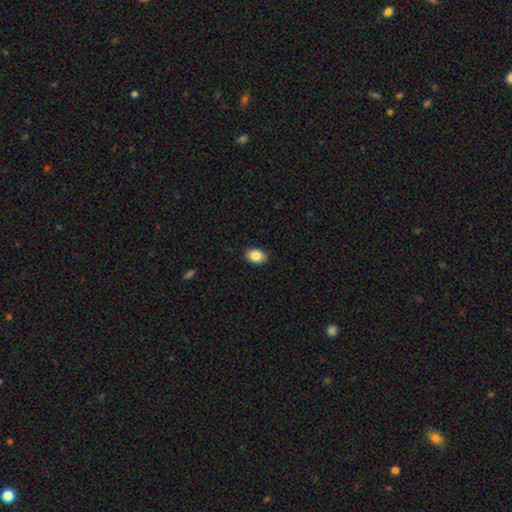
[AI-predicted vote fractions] smooth 86%, star or artifact 8%, featured or disk 6%. Down the decision tree: how rounded — in between (77%); merging — none (89%).